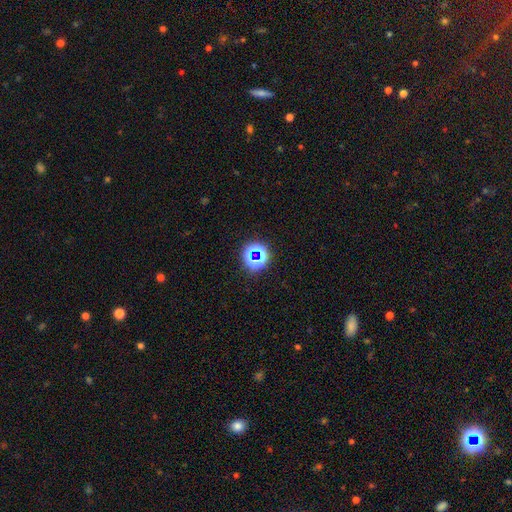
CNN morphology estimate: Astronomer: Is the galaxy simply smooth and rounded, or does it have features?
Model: star or artifact — 64%.